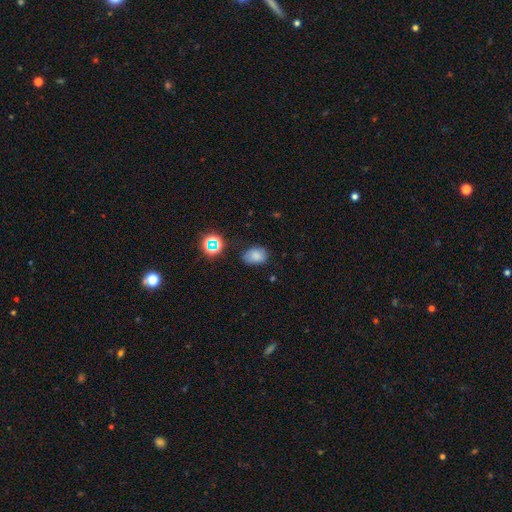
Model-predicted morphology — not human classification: smooth_or_featured: smooth (p=0.76) [alt: star or artifact p=0.15]
how_rounded: in between (p=0.73) [alt: round p=0.26]
merging: none (p=0.66) [alt: minor disturbance p=0.25]